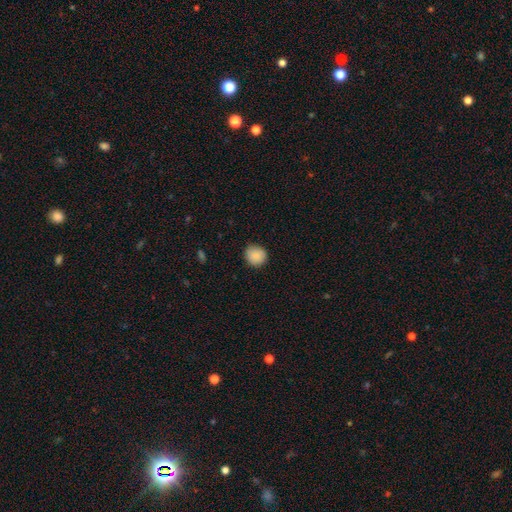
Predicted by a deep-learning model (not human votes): This is clearly a smooth galaxy (89%). How rounded: clearly round (89%). Merging: clearly none (87%).